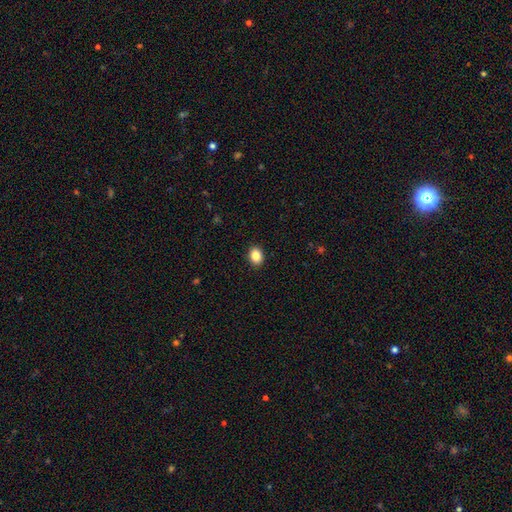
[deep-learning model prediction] A smooth galaxy with no disk features (87%) that is in between round and cigar-shaped (67%).

Vote fractions:
- Smooth or featured? smooth: 87% / star or artifact: 9% / featured or disk: 4%
- How rounded? in between: 67% / round: 32% / cigar-shaped: 1%
- Merging? none: 91% / minor disturbance: 6% / major disturbance: 2% / merger: 1%